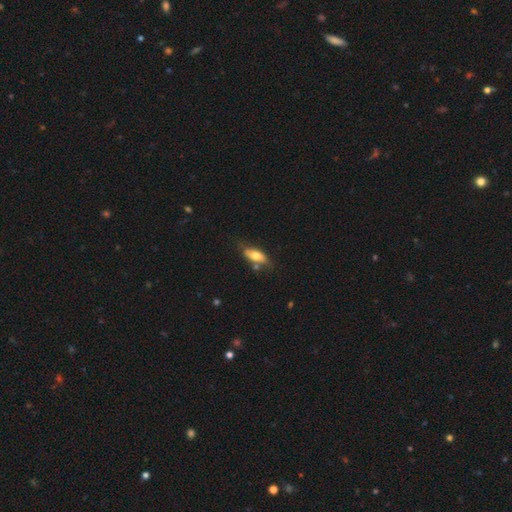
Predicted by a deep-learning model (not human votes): Overall: smooth (64%; featured or disk 30%). How rounded: in between (78%). Merging: none (66%).